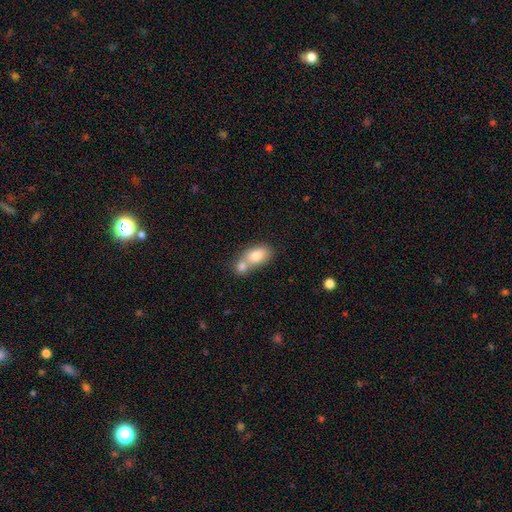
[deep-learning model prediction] The model was most divided on "merging": merger: 59%, none: 28%, minor disturbance: 9%, major disturbance: 4%. More confident: how rounded — in between (84%); smooth or featured — smooth (78%).